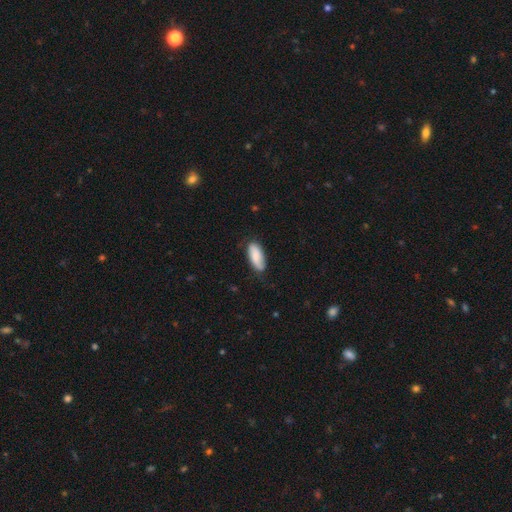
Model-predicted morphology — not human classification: Overall: smooth (79%). How rounded: in between (80%). Merging: none (68%).